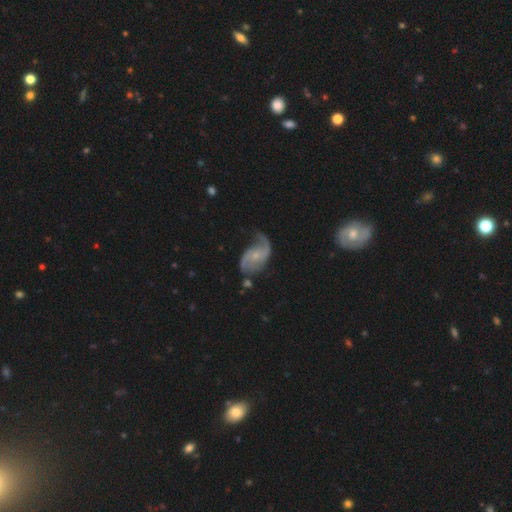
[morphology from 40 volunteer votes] Q: Smooth or featured?
A: featured or disk (88%); runner-up: smooth (12%)
Q: Edge-on disk?
A: no (100%)
Q: Bar?
A: no (51%); runner-up: weak (46%)
Q: Spiral arms?
A: yes (94%); runner-up: no (6%)
Q: Spiral winding?
A: medium (52%); runner-up: loose (42%)
Q: Spiral arm count?
A: 2 (85%); runner-up: can't tell (9%)
Q: Bulge size?
A: small (71%); runner-up: moderate (17%)
Q: Merging?
A: none (45%); runner-up: minor disturbance (38%)